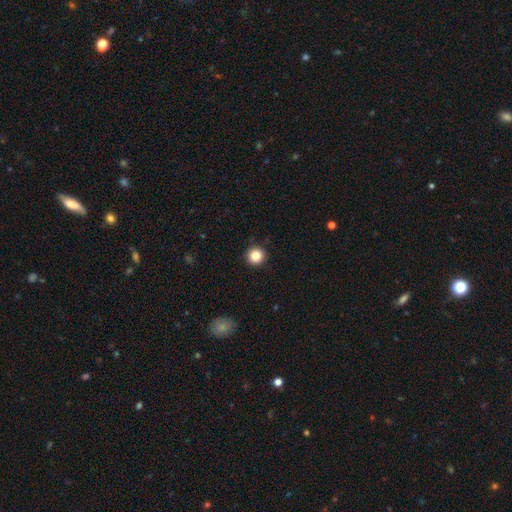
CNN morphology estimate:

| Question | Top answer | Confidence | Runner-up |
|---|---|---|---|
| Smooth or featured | smooth | 85% | star or artifact (11%) |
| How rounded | round | 96% | in between (3%) |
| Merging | none | 92% | minor disturbance (5%) |